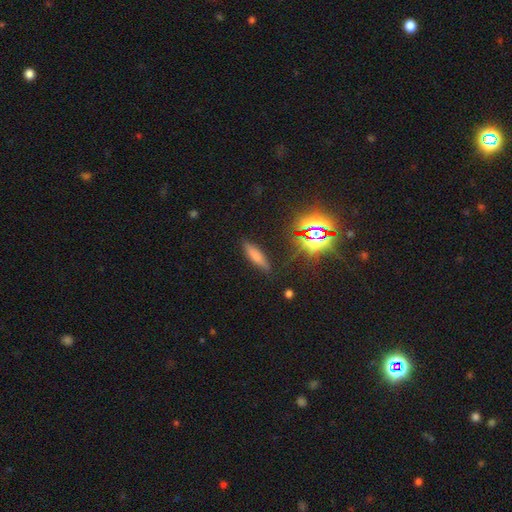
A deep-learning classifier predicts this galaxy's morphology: Q: Smooth or featured?
A: smooth (66%); runner-up: star or artifact (18%)
Q: How rounded?
A: cigar-shaped (65%); runner-up: in between (32%)
Q: Merging?
A: none (82%); runner-up: minor disturbance (12%)